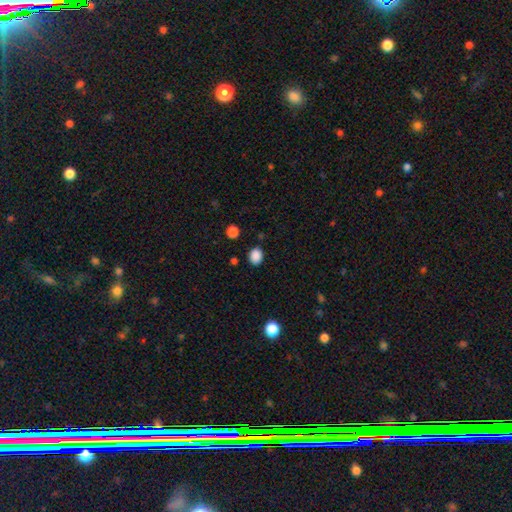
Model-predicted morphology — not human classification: Overall: smooth (87%). How rounded: round (51%; in between 48%). Merging: none (85%).